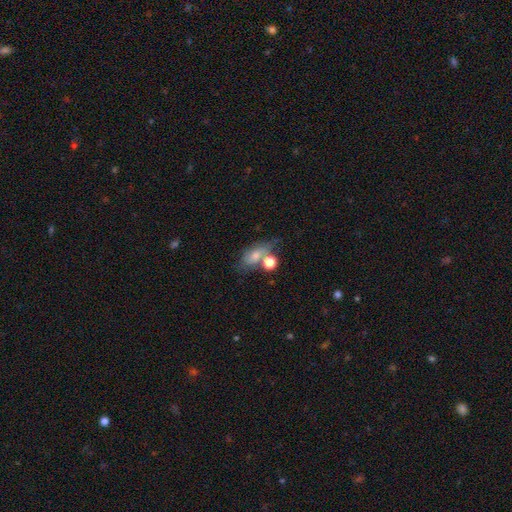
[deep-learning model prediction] smooth-or-featured: smooth: 58% | featured or disk: 25% | star or artifact: 17%
  how-rounded: in between: 70% | round: 23% | cigar-shaped: 8%
  merging: none: 43% | merger: 24% | minor disturbance: 20% | major disturbance: 13%